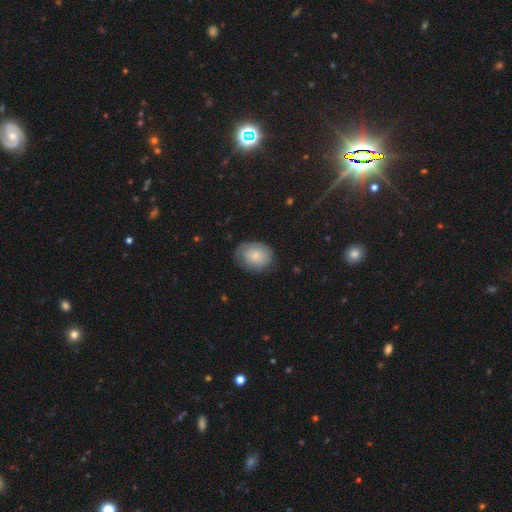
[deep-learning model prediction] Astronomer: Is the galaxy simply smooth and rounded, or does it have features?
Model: smooth — 76%.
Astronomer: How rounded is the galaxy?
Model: round — 50% (runner-up: in between, 49%).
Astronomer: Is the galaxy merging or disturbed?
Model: none — 67%.